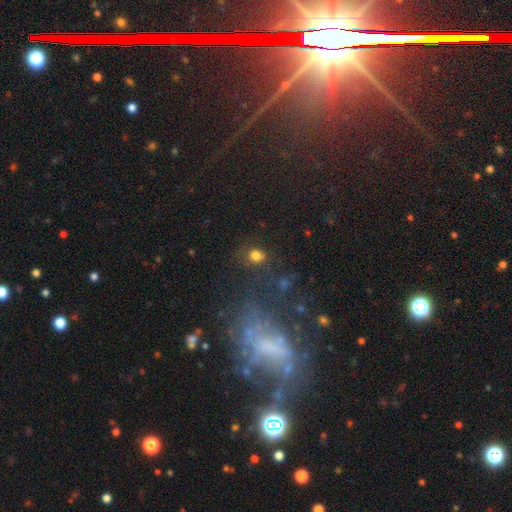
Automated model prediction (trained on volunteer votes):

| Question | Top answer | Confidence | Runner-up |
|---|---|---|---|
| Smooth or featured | smooth | 76% | star or artifact (17%) |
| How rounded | round | 73% | in between (26%) |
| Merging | none | 77% | minor disturbance (13%) |